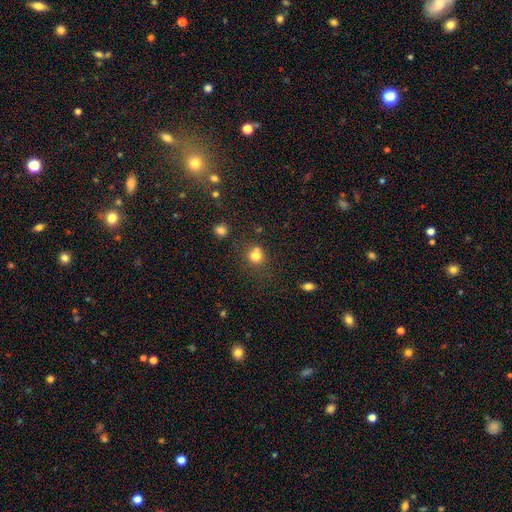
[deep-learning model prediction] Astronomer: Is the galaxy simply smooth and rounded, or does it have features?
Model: smooth — 76%.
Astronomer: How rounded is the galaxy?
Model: round — 84%.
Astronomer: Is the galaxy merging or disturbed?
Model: none — 56%.